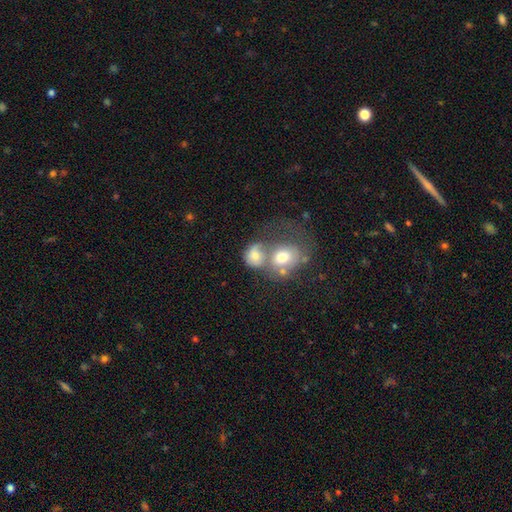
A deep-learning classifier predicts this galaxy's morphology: A smooth galaxy with no disk features (59%) that is round (57%).

Vote fractions:
- Smooth or featured? smooth: 59% / featured or disk: 29% / star or artifact: 11%
- How rounded? round: 57% / in between: 41% / cigar-shaped: 1%
- Merging? merger: 69% / none: 15% / major disturbance: 9% / minor disturbance: 7%